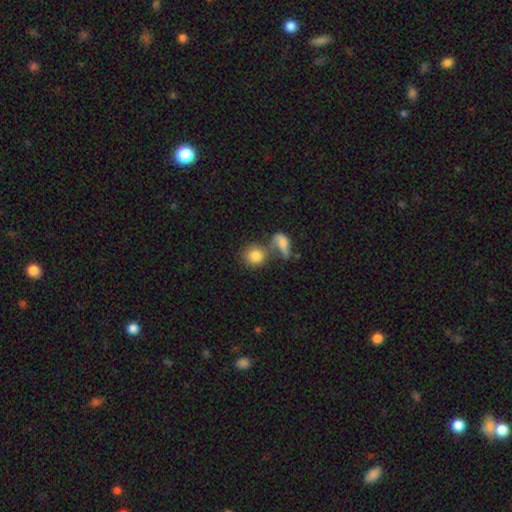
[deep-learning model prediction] Smooth or featured? Predicted: smooth (p=0.81). How rounded? Predicted: round (p=0.78). Merging? Predicted: none (p=0.45).